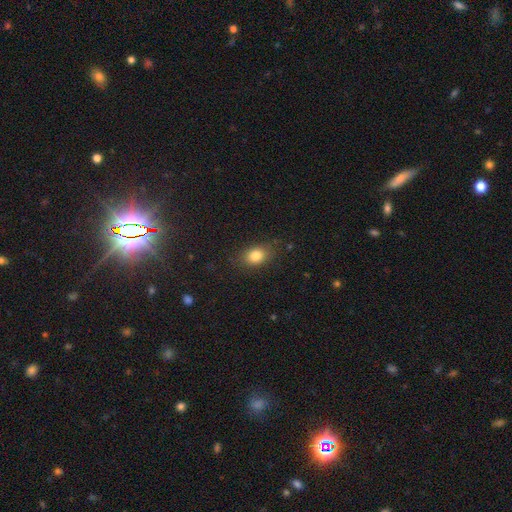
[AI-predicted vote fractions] smooth-or-featured: smooth: 82% | star or artifact: 10% | featured or disk: 8%
  how-rounded: in between: 70% | round: 28% | cigar-shaped: 2%
  merging: none: 81% | minor disturbance: 14% | major disturbance: 4% | merger: 1%